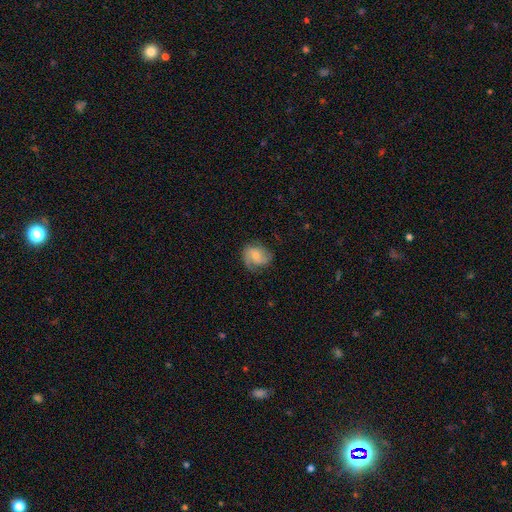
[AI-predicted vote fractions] smooth_or_featured: featured or disk (p=0.59) [alt: smooth p=0.34]
disk_edge_on: no (p=0.97) [alt: yes p=0.03]
bar: no (p=0.64) [alt: weak p=0.31]
has_spiral_arms: yes (p=0.91) [alt: no p=0.09]
spiral_winding: medium (p=0.44) [alt: tight p=0.29]
spiral_arm_count: 2 (p=0.58) [alt: 1 p=0.18]
bulge_size: small (p=0.52) [alt: moderate p=0.37]
merging: none (p=0.65) [alt: minor disturbance p=0.22]